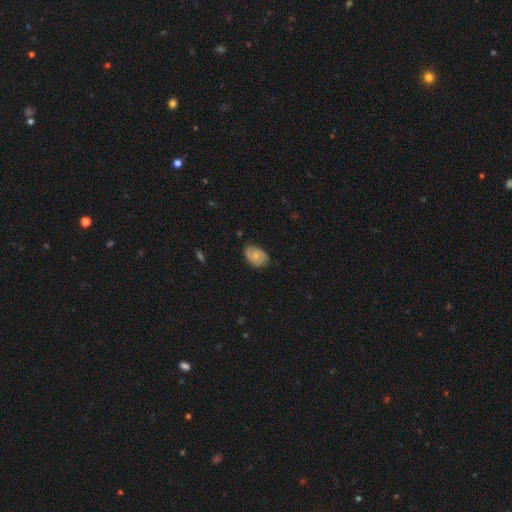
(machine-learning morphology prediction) smooth 58%, featured or disk 34%, star or artifact 8%. Down the decision tree: how rounded — in between (82%); merging — none (72%).